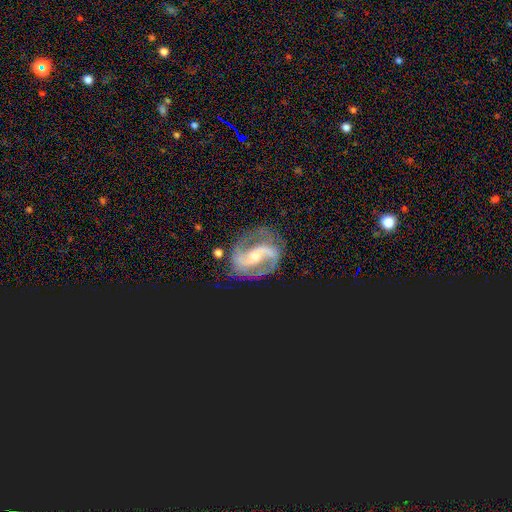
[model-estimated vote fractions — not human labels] Smooth or featured: featured or disk — 87% (star or artifact — 8%)
Edge-on disk: no — 97% (yes — 3%)
Bar: strong — 45% (weak — 33%)
Spiral arms: yes — 97% (no — 3%)
Spiral winding: medium — 57% (tight — 23%)
Spiral arm count: 2 — 92% (can't tell — 2%)
Bulge size: small — 53% (moderate — 41%)
Merging: none — 76% (minor disturbance — 15%)